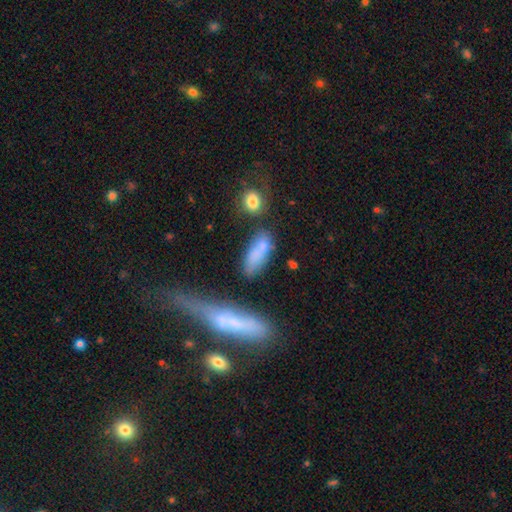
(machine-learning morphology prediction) This is likely a smooth galaxy (74%). How rounded: likely in between (60%). Merging: possibly none (55%).